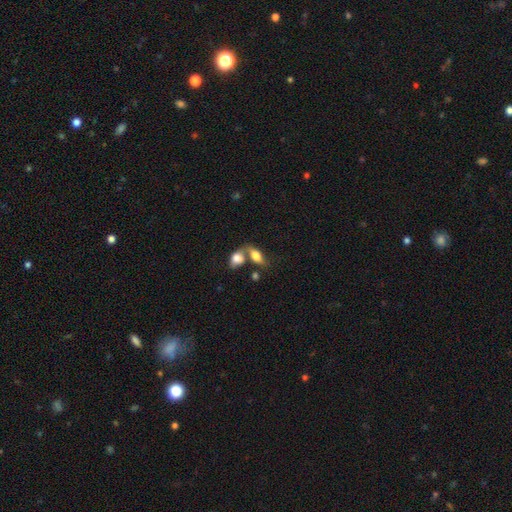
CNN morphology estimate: Q: Smooth or featured?
A: smooth (72%); runner-up: featured or disk (20%)
Q: How rounded?
A: in between (83%); runner-up: round (11%)
Q: Merging?
A: merger (55%); runner-up: none (28%)